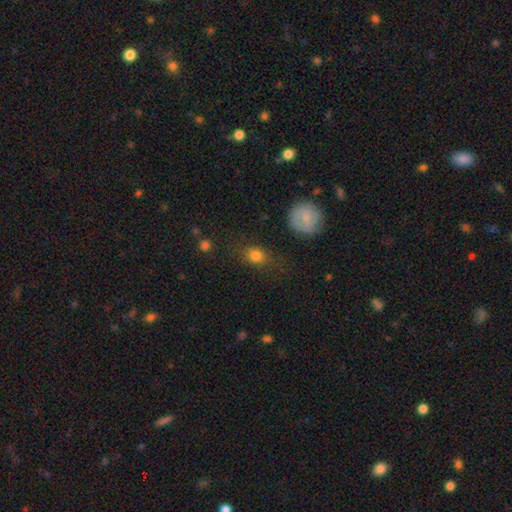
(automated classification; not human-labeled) Smooth or featured? smooth (80%)
How rounded? round (56%)
Merging? none (77%)